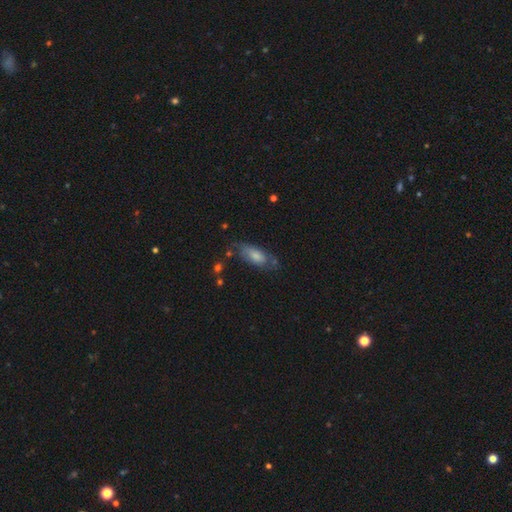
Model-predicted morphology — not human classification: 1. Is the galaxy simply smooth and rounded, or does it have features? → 69% smooth, 24% featured or disk, 7% star or artifact.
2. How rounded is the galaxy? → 81% in between, 16% cigar-shaped, 3% round.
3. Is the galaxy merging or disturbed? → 56% none, 28% minor disturbance, 11% major disturbance, 5% merger.